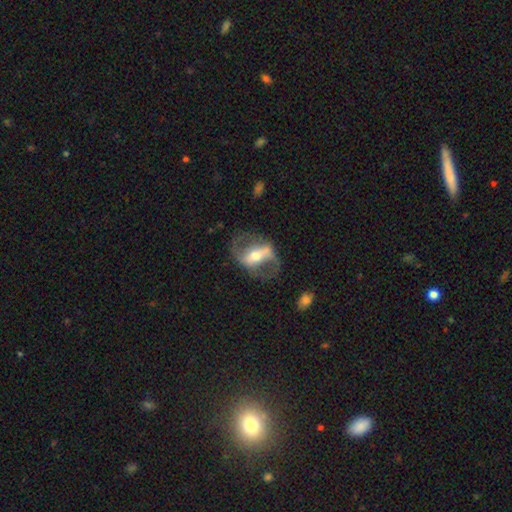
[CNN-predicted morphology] featured or disk 79%, smooth 16%, star or artifact 5%. Down the decision tree: edge-on disk — no (87%); bar — strong (63%); spiral arms — yes (67%); bulge size — moderate (63%); merging — none (66%).